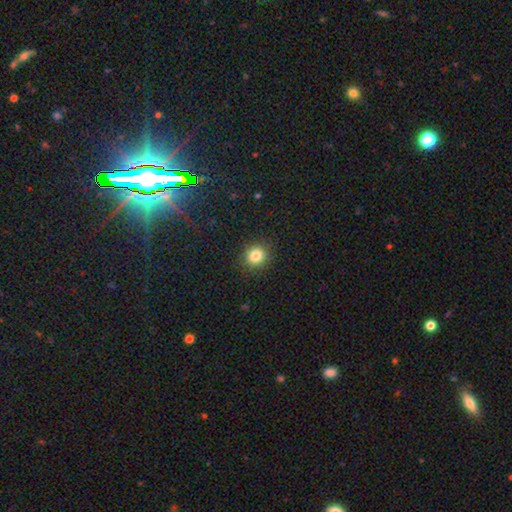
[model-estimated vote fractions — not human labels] This is clearly a smooth galaxy (83%). How rounded: clearly round (85%). Merging: clearly none (90%).